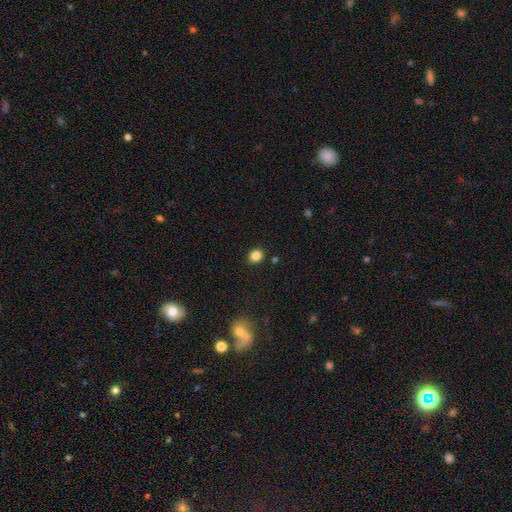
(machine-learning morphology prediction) smooth-or-featured: smooth: 84% | star or artifact: 12% | featured or disk: 5%
  how-rounded: round: 62% | in between: 37% | cigar-shaped: 1%
  merging: none: 88% | minor disturbance: 7% | major disturbance: 2% | merger: 2%